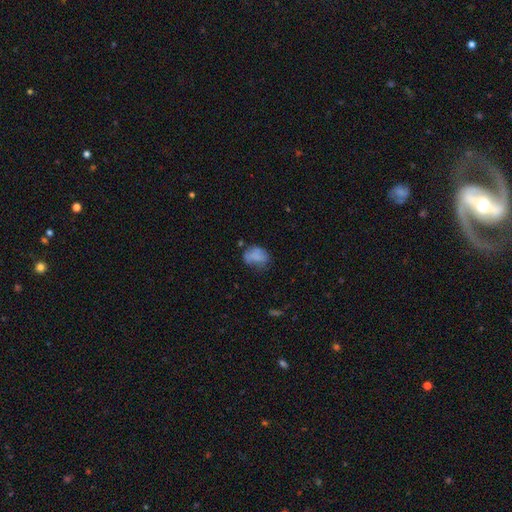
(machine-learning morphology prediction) Q: Smooth or featured?
A: smooth (71%); runner-up: featured or disk (19%)
Q: How rounded?
A: in between (66%); runner-up: round (32%)
Q: Merging?
A: none (43%); runner-up: minor disturbance (33%)